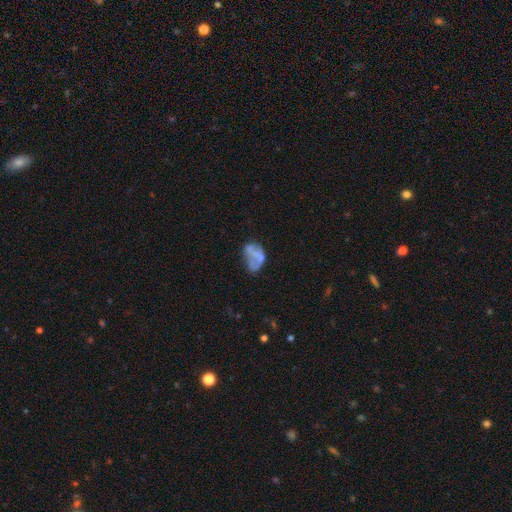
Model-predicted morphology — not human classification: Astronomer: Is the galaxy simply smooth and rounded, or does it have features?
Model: featured or disk — 45% (runner-up: smooth, 44%).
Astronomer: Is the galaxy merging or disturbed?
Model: none — 36% (runner-up: major disturbance, 26%).